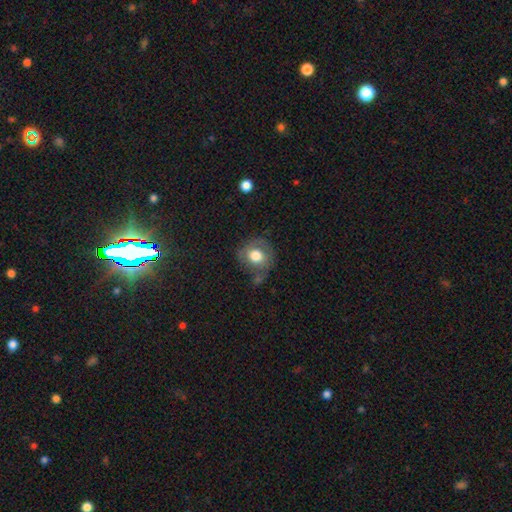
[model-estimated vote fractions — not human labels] The model was most divided on "merging": none: 60%, minor disturbance: 23%, major disturbance: 11%, merger: 6%. More confident: how rounded — round (82%); smooth or featured — smooth (67%).